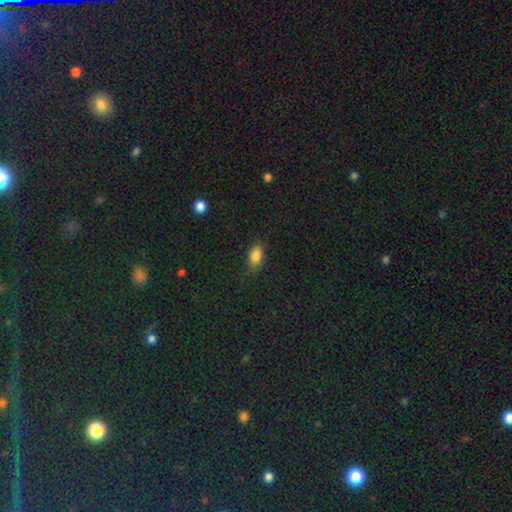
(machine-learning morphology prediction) Q: Smooth or featured?
A: smooth (83%); runner-up: star or artifact (10%)
Q: How rounded?
A: in between (86%); runner-up: round (9%)
Q: Merging?
A: none (77%); runner-up: minor disturbance (17%)